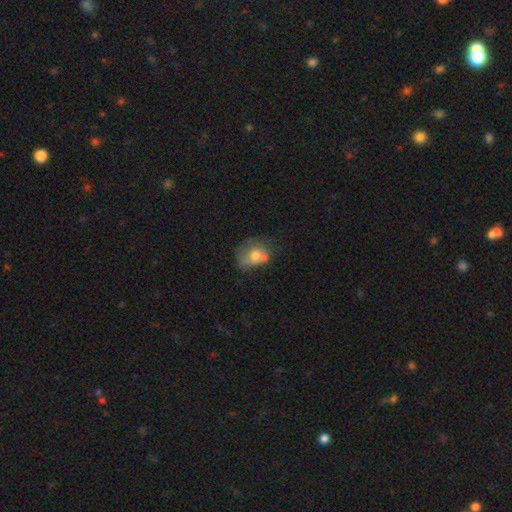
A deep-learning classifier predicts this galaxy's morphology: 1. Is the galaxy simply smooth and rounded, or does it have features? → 63% smooth, 27% featured or disk, 10% star or artifact.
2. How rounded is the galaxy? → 53% in between, 46% round, 1% cigar-shaped.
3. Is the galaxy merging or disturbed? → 33% none, 27% merger, 24% minor disturbance, 16% major disturbance.